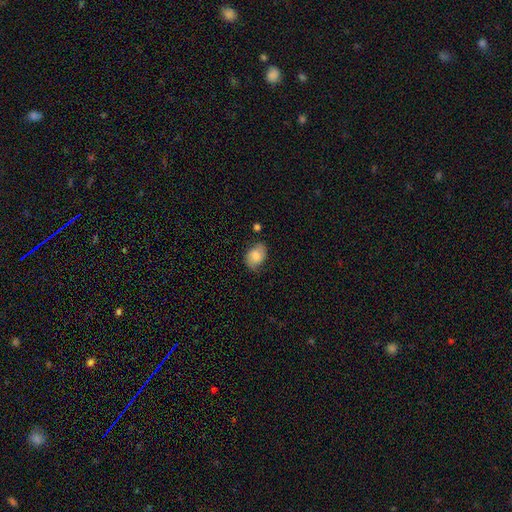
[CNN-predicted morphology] This is likely a smooth galaxy (70%). How rounded: likely in between (78%). Merging: likely none (63%).